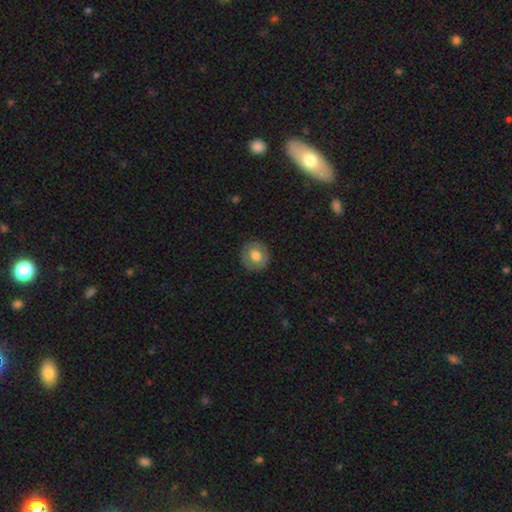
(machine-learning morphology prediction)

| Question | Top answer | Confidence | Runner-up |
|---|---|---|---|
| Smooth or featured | smooth | 71% | featured or disk (21%) |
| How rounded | round | 88% | in between (11%) |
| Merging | none | 89% | minor disturbance (8%) |